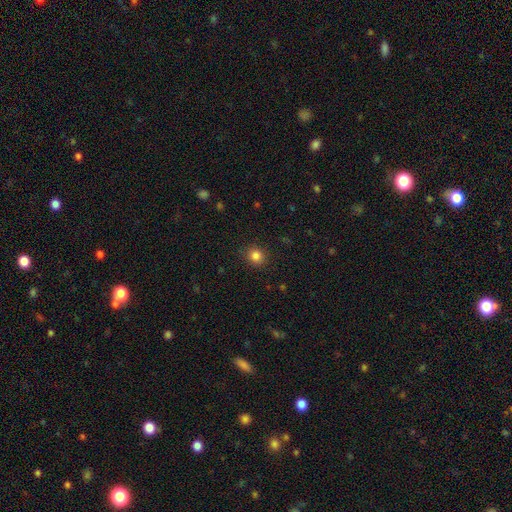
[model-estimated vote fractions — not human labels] A smooth galaxy with no disk features (83%) that is round (83%). Merging: none (90%).